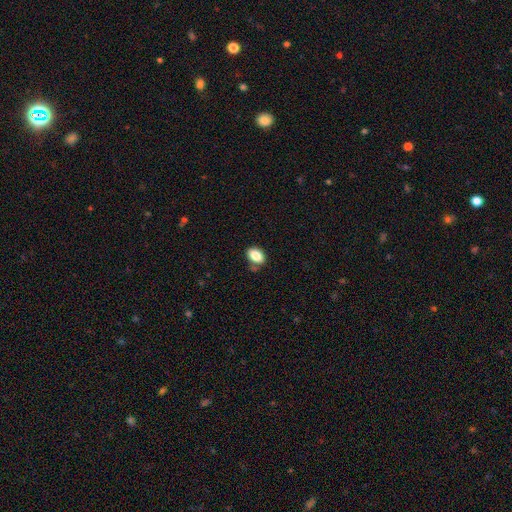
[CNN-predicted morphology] smooth 86%, star or artifact 8%, featured or disk 6%. Down the decision tree: how rounded — in between (84%); merging — none (75%).